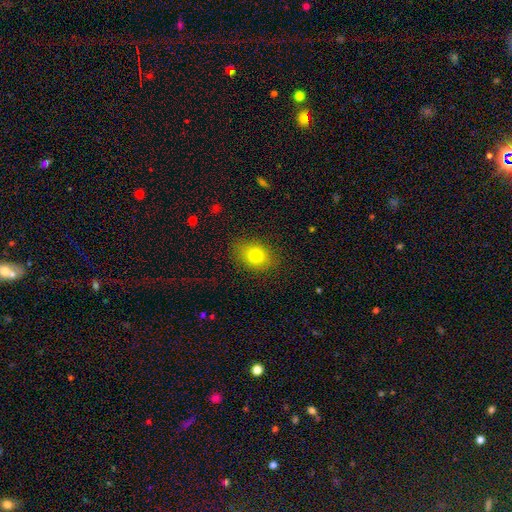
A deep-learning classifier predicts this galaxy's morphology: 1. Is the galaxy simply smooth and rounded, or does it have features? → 78% smooth, 11% star or artifact, 11% featured or disk.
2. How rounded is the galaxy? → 60% in between, 38% round, 1% cigar-shaped.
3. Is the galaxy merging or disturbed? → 84% none, 11% minor disturbance, 4% major disturbance, 1% merger.